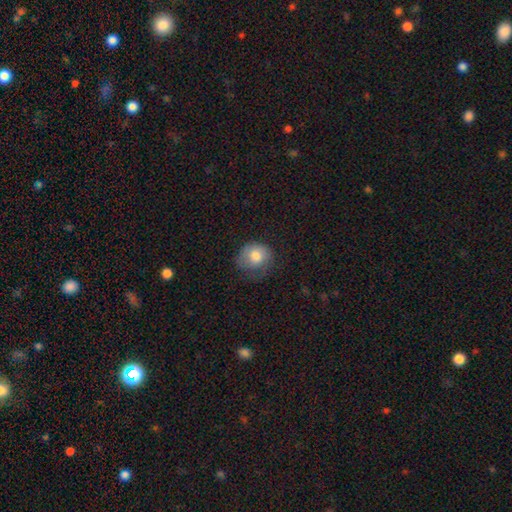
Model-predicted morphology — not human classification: This appears to be a smooth galaxy with no disk features (76%) that is round (74%). Merging: none (48%).